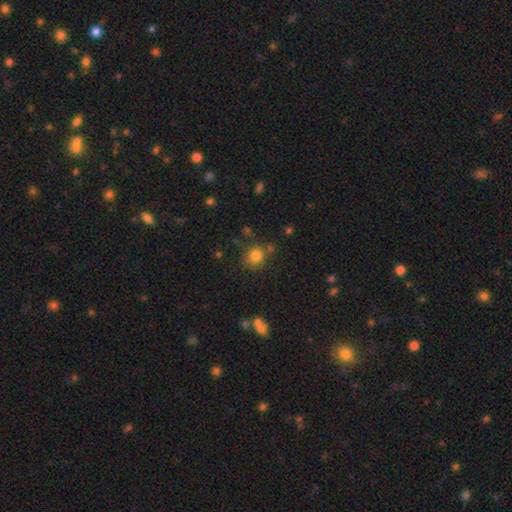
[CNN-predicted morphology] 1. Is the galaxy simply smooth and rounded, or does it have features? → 81% smooth, 12% star or artifact, 7% featured or disk.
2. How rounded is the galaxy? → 82% round, 17% in between, 1% cigar-shaped.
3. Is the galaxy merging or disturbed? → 71% none, 15% minor disturbance, 9% merger, 5% major disturbance.